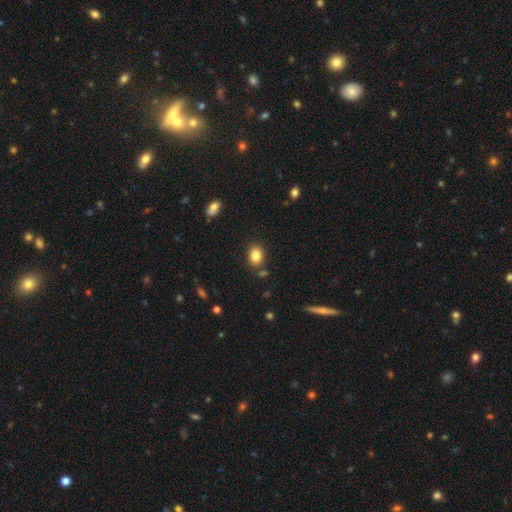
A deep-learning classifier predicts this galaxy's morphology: Smooth or featured: smooth — 83% (star or artifact — 10%)
How rounded: in between — 66% (round — 32%)
Merging: none — 82% (minor disturbance — 10%)